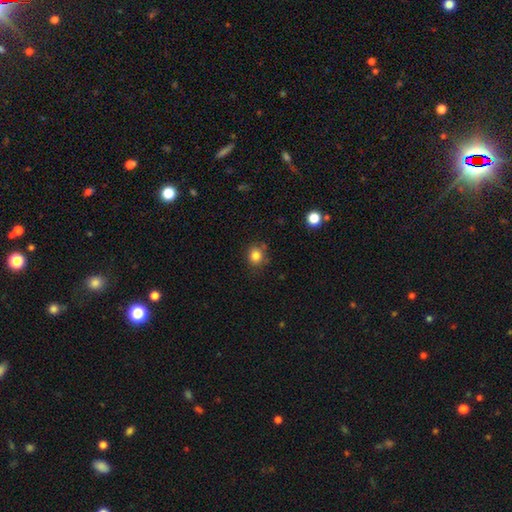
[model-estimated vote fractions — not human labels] smooth-or-featured: smooth: 83% | star or artifact: 11% | featured or disk: 5%
  how-rounded: round: 79% | in between: 20% | cigar-shaped: 1%
  merging: none: 77% | minor disturbance: 15% | merger: 4% | major disturbance: 4%